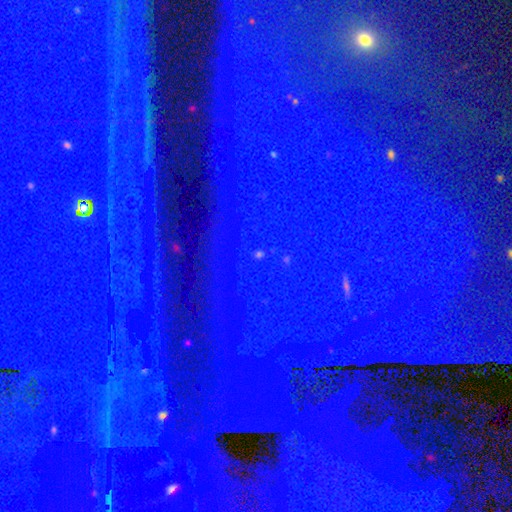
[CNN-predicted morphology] Smooth or featured: star or artifact — 85% (featured or disk — 8%)